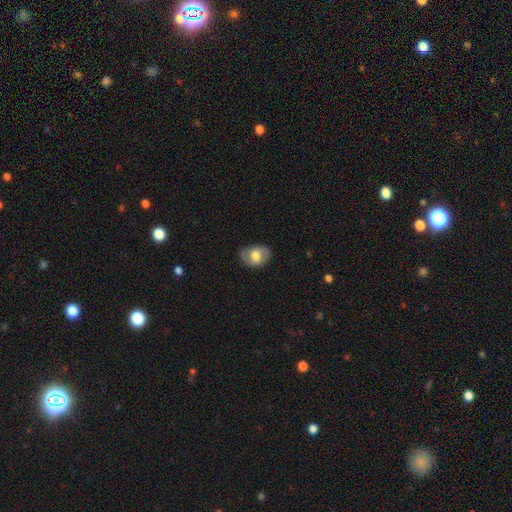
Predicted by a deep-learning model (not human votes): This appears to be a smooth galaxy with no disk features (64%) that is in between round and cigar-shaped (68%). Merging: none (75%).